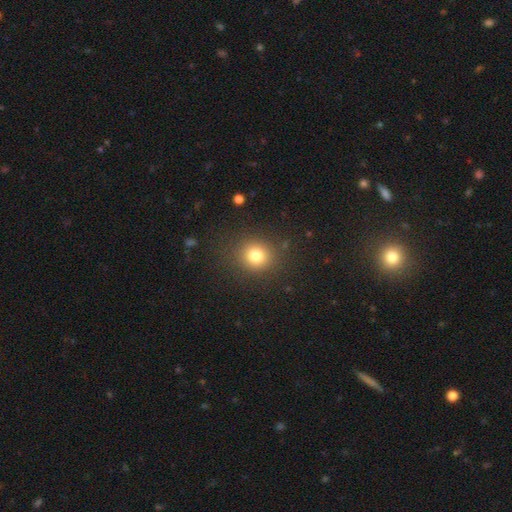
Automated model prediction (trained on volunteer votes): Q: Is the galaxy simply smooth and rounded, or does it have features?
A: smooth — 78%.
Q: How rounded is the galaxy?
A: round — 88%.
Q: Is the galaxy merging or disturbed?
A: none — 88%.